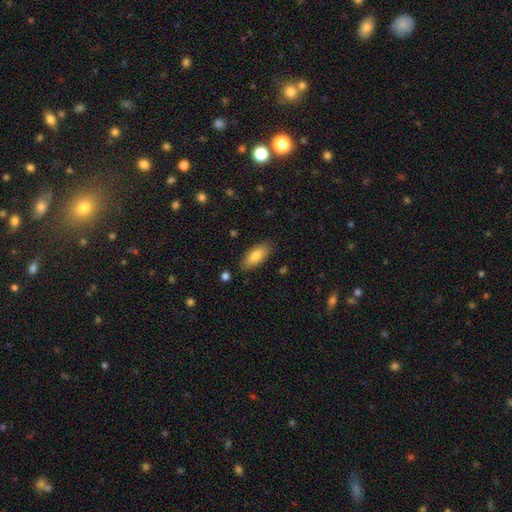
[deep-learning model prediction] A smooth galaxy with no disk features (81%) that is in between round and cigar-shaped (86%).

Vote fractions:
- Smooth or featured? smooth: 81% / featured or disk: 12% / star or artifact: 6%
- How rounded? in between: 86% / cigar-shaped: 12% / round: 2%
- Merging? none: 85% / minor disturbance: 11% / major disturbance: 2% / merger: 2%